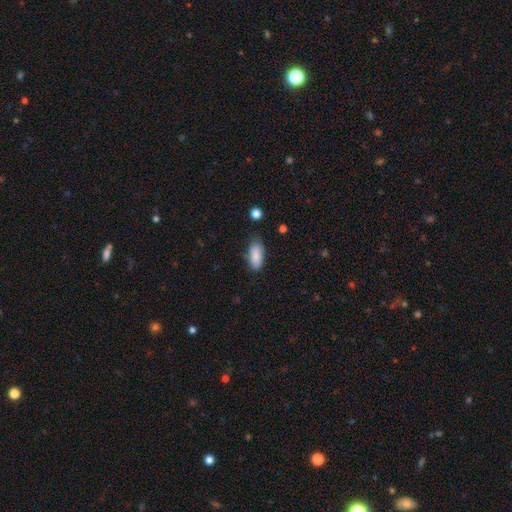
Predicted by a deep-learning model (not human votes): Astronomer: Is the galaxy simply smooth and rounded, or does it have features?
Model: smooth — 87%.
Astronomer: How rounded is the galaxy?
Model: in between — 87%.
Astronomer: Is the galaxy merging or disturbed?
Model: none — 72%.